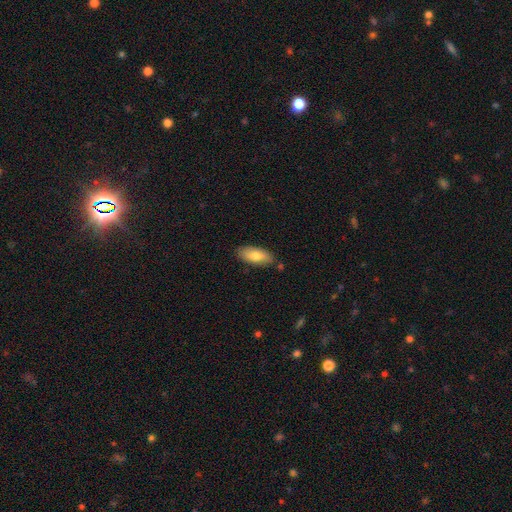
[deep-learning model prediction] smooth-or-featured: smooth: 77% | featured or disk: 17% | star or artifact: 6%
  how-rounded: in between: 85% | cigar-shaped: 12% | round: 2%
  merging: none: 82% | minor disturbance: 12% | merger: 3% | major disturbance: 2%